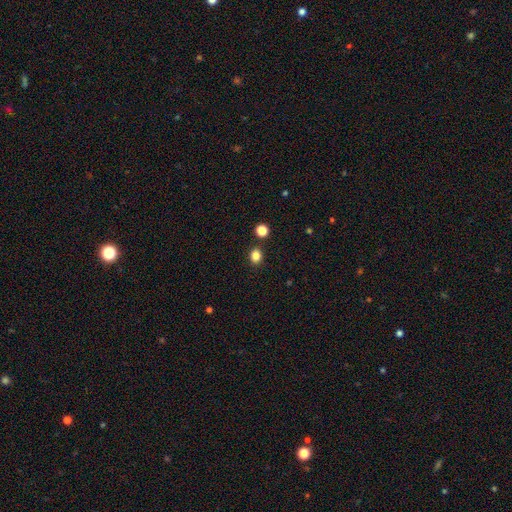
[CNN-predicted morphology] Smooth or featured? smooth (84%)
How rounded? round (52%)
Merging? none (85%)